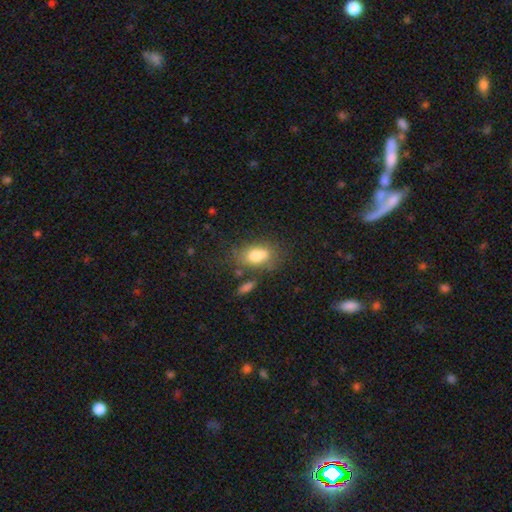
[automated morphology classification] Smooth or featured?
  - smooth: 74% *
  - featured or disk: 16%
  - star or artifact: 10%
How rounded?
  - in between: 81% *
  - round: 15%
  - cigar-shaped: 3%
Merging?
  - none: 52% *
  - minor disturbance: 22%
  - merger: 16%
  - major disturbance: 10%